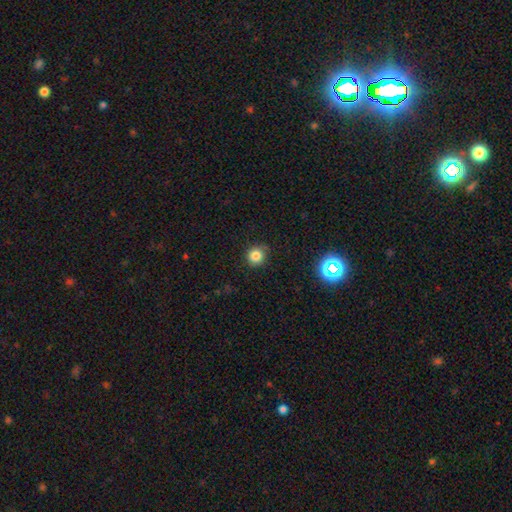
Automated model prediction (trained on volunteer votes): This appears to be a smooth galaxy with no disk features (82%) that is round (92%). Merging: none (88%).